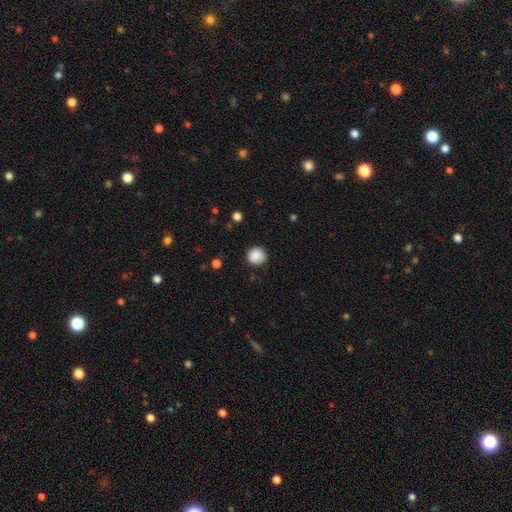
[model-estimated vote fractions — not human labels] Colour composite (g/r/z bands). It shows a smooth galaxy with no disk features (88%) that is round (93%). Merging: none (89%).